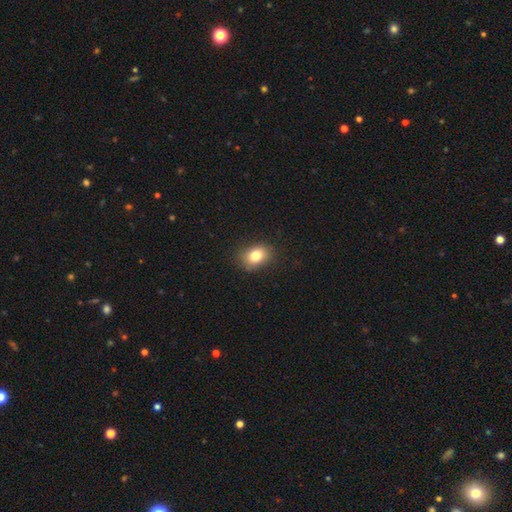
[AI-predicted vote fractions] This is clearly a smooth galaxy (81%). How rounded: likely in between (66%). Merging: clearly none (84%).